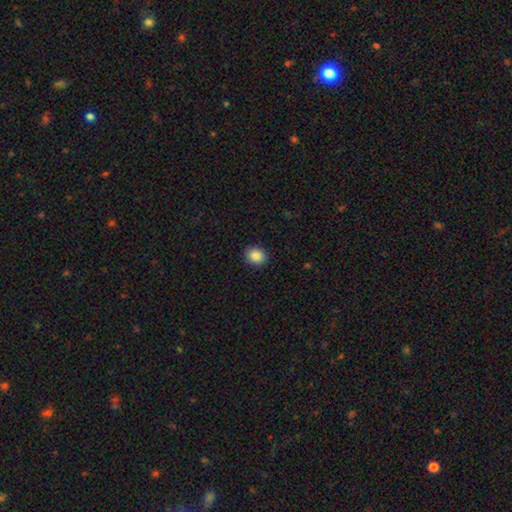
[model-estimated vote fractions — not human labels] Morphology: type=smooth (86%); roundness=round (68%); merging=none (91%).